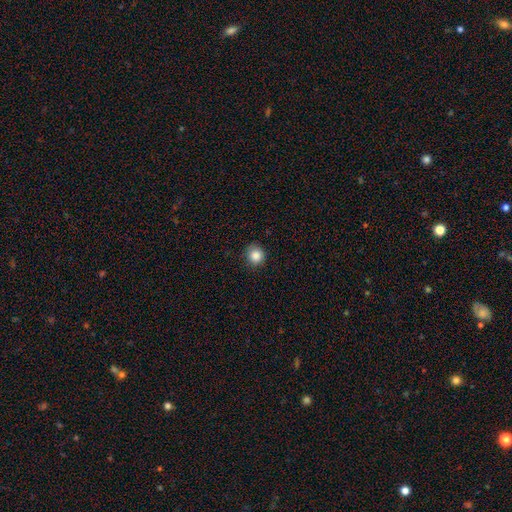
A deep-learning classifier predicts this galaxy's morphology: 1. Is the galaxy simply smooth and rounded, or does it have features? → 86% smooth, 10% star or artifact, 4% featured or disk.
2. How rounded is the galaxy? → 86% round, 13% in between, 1% cigar-shaped.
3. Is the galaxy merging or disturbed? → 84% none, 12% minor disturbance, 3% major disturbance, 1% merger.